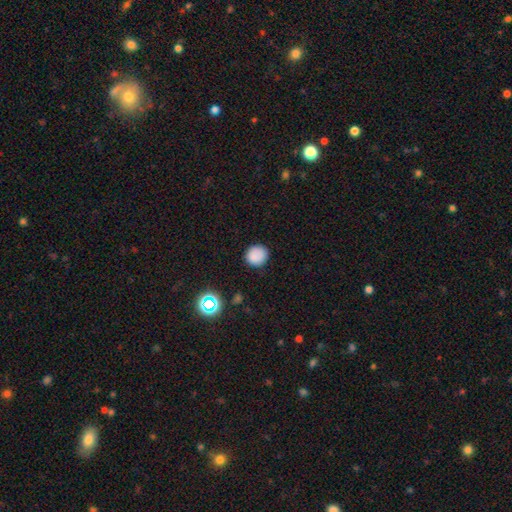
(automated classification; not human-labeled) Overall: smooth (83%). How rounded: round (89%). Merging: none (85%).